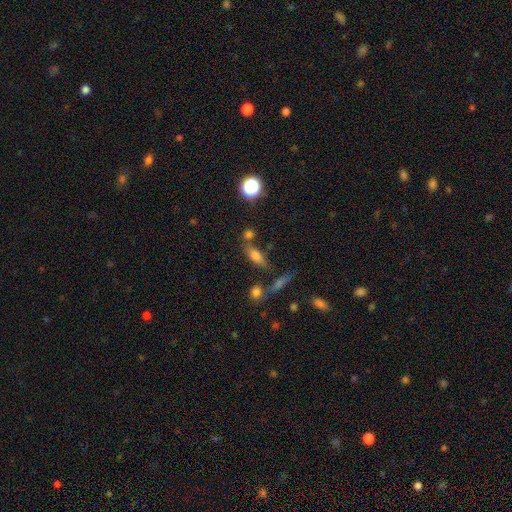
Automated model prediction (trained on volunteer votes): A smooth galaxy with no disk features (66%) that is in between round and cigar-shaped (61%).

Vote fractions:
- Smooth or featured? smooth: 66% / featured or disk: 20% / star or artifact: 14%
- How rounded? in between: 61% / cigar-shaped: 31% / round: 8%
- Merging? none: 60% / merger: 19% / minor disturbance: 14% / major disturbance: 6%